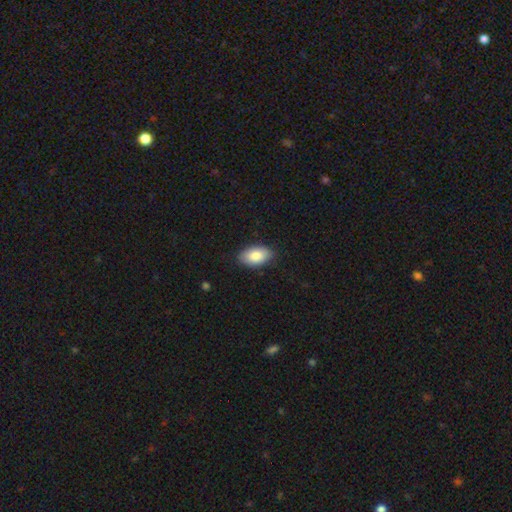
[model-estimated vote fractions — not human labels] smooth_or_featured: smooth (p=0.85) [alt: featured or disk p=0.09]
how_rounded: in between (p=0.93) [alt: round p=0.05]
merging: none (p=0.85) [alt: minor disturbance p=0.12]